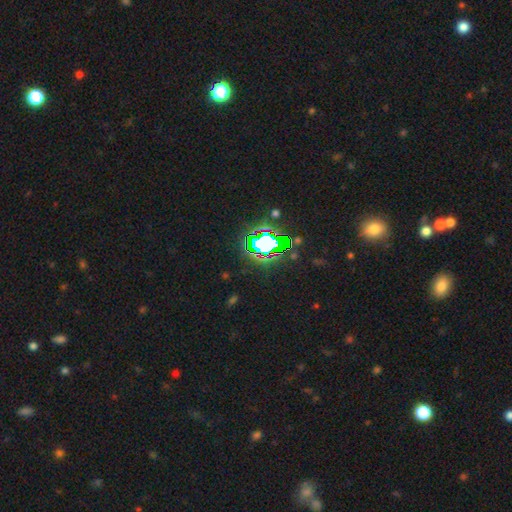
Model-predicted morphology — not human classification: Smooth or featured? Predicted: star or artifact (p=0.81).